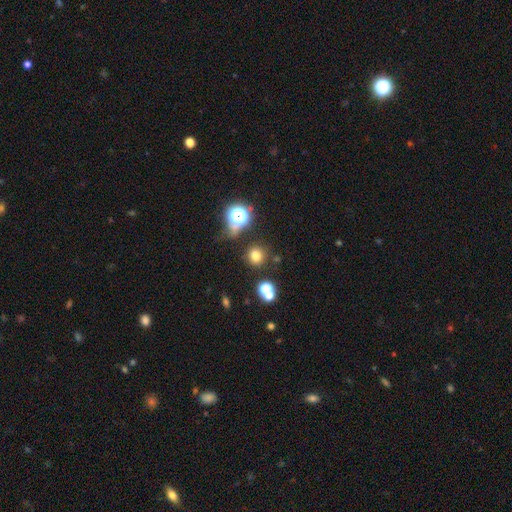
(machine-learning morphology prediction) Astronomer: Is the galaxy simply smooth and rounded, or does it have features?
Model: smooth — 72%.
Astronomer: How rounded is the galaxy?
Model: round — 89%.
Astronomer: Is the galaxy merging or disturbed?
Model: none — 82%.